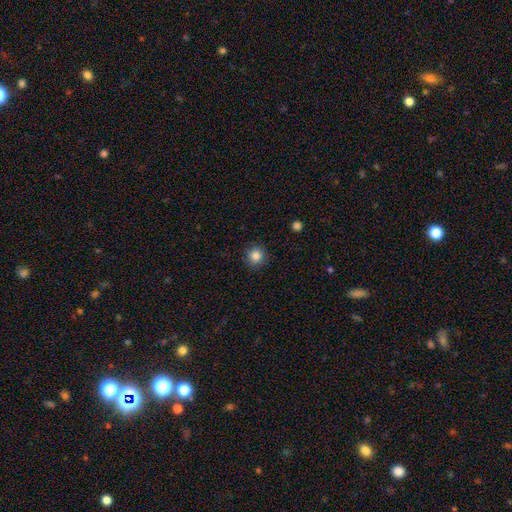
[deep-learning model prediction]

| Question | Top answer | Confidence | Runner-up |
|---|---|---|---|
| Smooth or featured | smooth | 86% | star or artifact (11%) |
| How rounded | round | 93% | in between (6%) |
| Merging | none | 90% | minor disturbance (7%) |